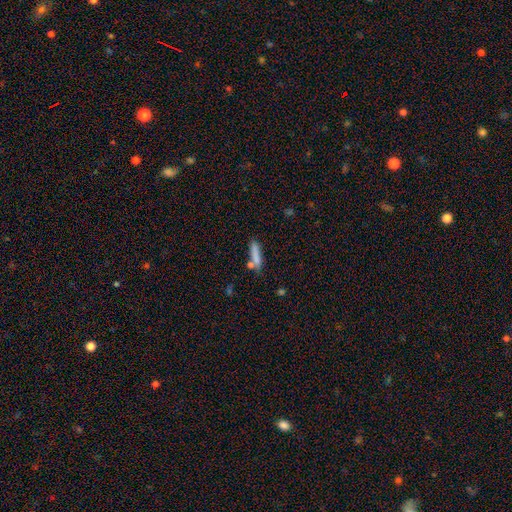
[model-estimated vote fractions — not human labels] Q: Smooth or featured?
A: smooth (79%); runner-up: featured or disk (12%)
Q: How rounded?
A: cigar-shaped (80%); runner-up: in between (18%)
Q: Merging?
A: none (66%); runner-up: minor disturbance (15%)